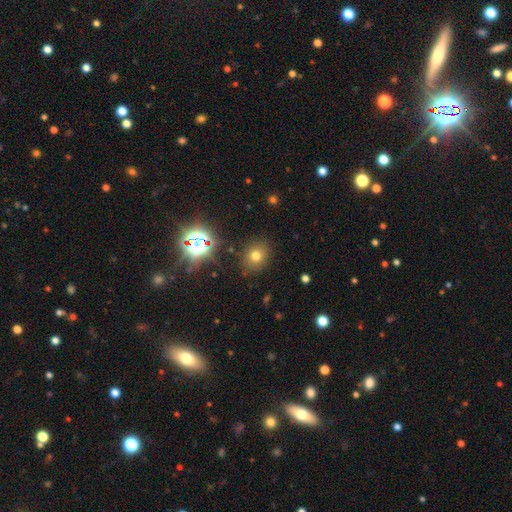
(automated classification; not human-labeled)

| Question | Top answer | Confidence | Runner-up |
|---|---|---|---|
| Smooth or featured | smooth | 69% | star or artifact (22%) |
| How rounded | round | 64% | in between (35%) |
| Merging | none | 85% | minor disturbance (10%) |